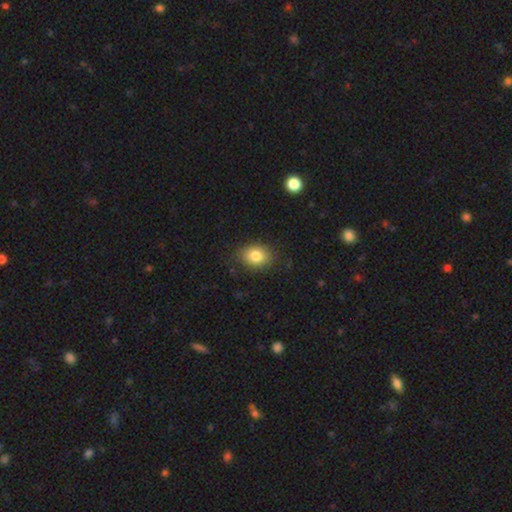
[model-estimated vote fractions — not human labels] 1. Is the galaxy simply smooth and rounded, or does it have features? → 82% smooth, 9% star or artifact, 8% featured or disk.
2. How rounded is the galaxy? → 63% in between, 36% round, 1% cigar-shaped.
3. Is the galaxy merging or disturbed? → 84% none, 12% minor disturbance, 3% major disturbance, 1% merger.